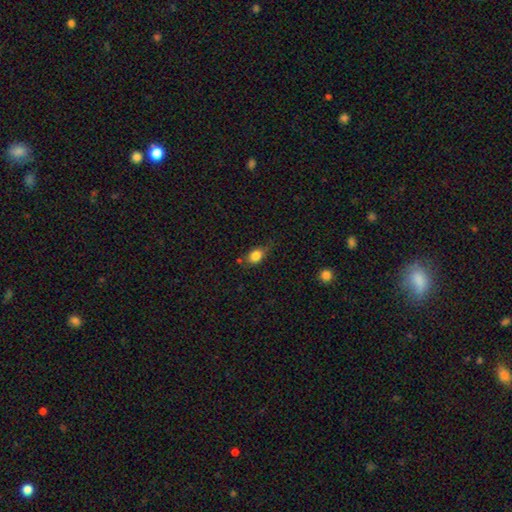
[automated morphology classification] A smooth galaxy with no disk features (82%) that is in between round and cigar-shaped (64%).

Vote fractions:
- Smooth or featured? smooth: 82% / star or artifact: 10% / featured or disk: 8%
- How rounded? in between: 64% / round: 33% / cigar-shaped: 3%
- Merging? none: 53% / minor disturbance: 33% / major disturbance: 9% / merger: 5%